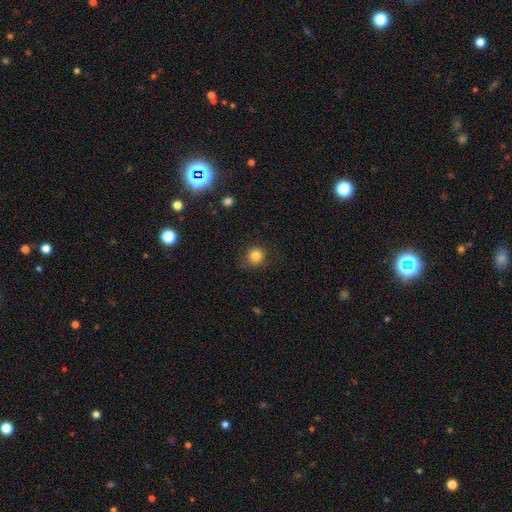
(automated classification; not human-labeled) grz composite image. It shows a smooth galaxy with no disk features (82%) that is round (90%). Merging: none (83%).